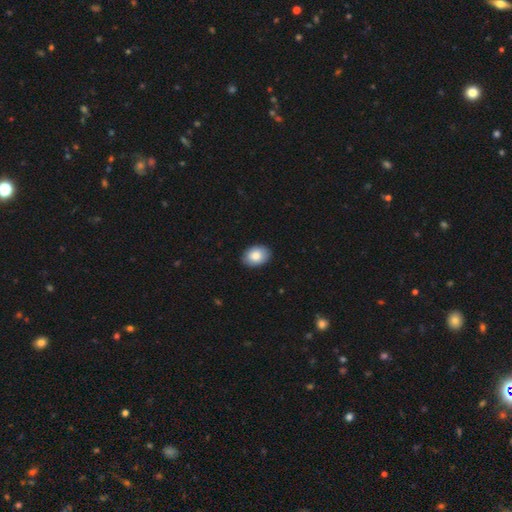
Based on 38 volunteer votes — This appears to be a smooth galaxy with no disk features (87%) that is in between round and cigar-shaped (82%). Merging: none (81%).